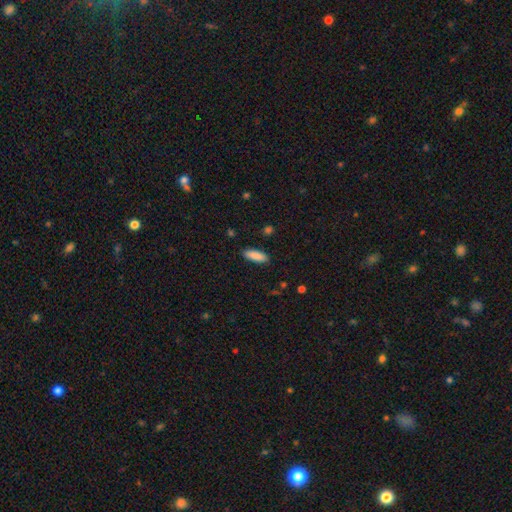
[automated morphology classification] Smooth or featured: smooth — 89% (star or artifact — 6%)
How rounded: in between — 63% (cigar-shaped — 35%)
Merging: none — 89% (minor disturbance — 8%)